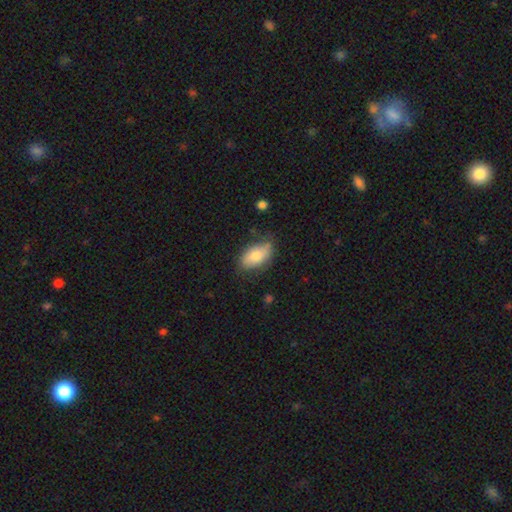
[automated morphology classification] This appears to be a smooth galaxy with no disk features (77%) that is in between round and cigar-shaped (92%). Merging: none (69%).